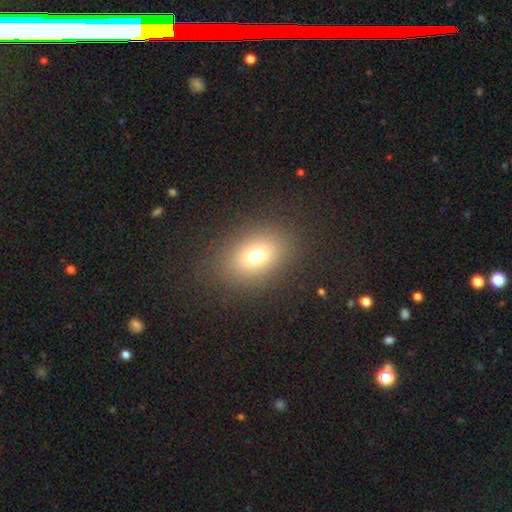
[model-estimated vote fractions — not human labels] The model was most divided on "how rounded": in between: 64%, round: 35%, cigar-shaped: 1%. More confident: merging — none (84%); smooth or featured — smooth (71%).